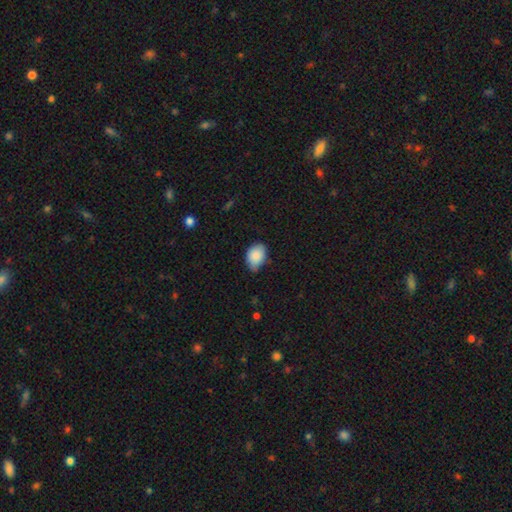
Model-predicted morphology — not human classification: Smooth or featured? Predicted: smooth (p=0.87). How rounded? Predicted: in between (p=0.77). Merging? Predicted: none (p=0.57).